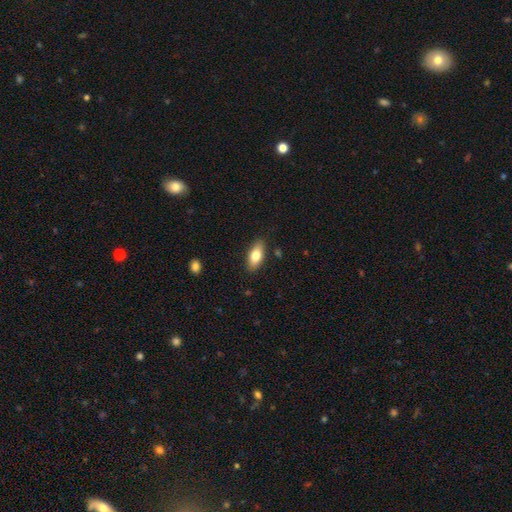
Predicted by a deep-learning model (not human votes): Smooth or featured?
  - smooth: 77% *
  - featured or disk: 16%
  - star or artifact: 7%
How rounded?
  - in between: 85% *
  - cigar-shaped: 12%
  - round: 3%
Merging?
  - none: 86% *
  - minor disturbance: 10%
  - major disturbance: 2%
  - merger: 1%